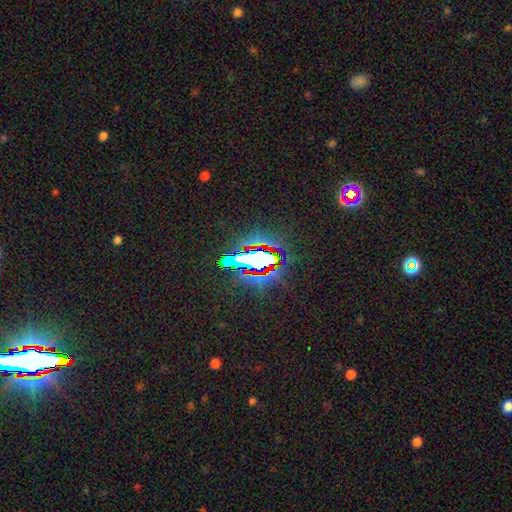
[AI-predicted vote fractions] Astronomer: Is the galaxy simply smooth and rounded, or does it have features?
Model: star or artifact — 66%.